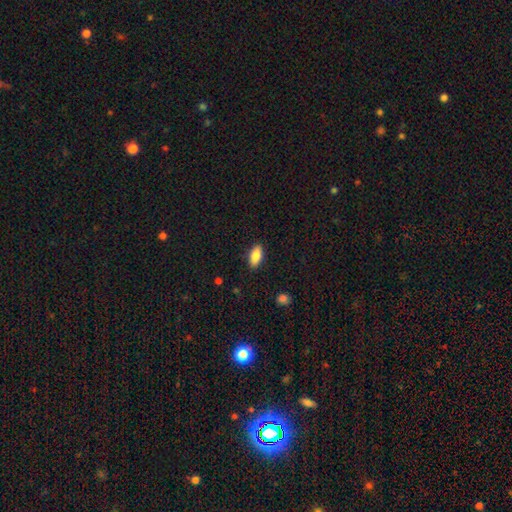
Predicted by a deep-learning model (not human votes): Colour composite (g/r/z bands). It shows a smooth galaxy with no disk features (83%) that is in between round and cigar-shaped (89%). Merging: none (88%).